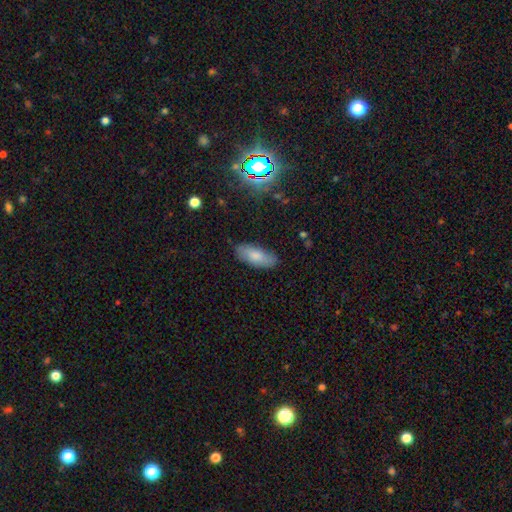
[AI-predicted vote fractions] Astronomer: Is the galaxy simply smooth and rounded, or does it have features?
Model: smooth — 80%.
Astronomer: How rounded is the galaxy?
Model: in between — 82%.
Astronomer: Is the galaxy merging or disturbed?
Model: none — 82%.